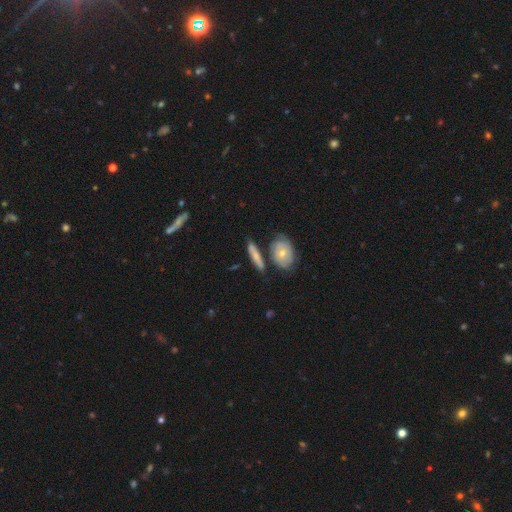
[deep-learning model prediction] Smooth or featured?
  - smooth: 57% *
  - featured or disk: 37%
  - star or artifact: 7%
How rounded?
  - cigar-shaped: 63% *
  - in between: 31%
  - round: 7%
Merging?
  - none: 67% *
  - minor disturbance: 16%
  - merger: 12%
  - major disturbance: 4%